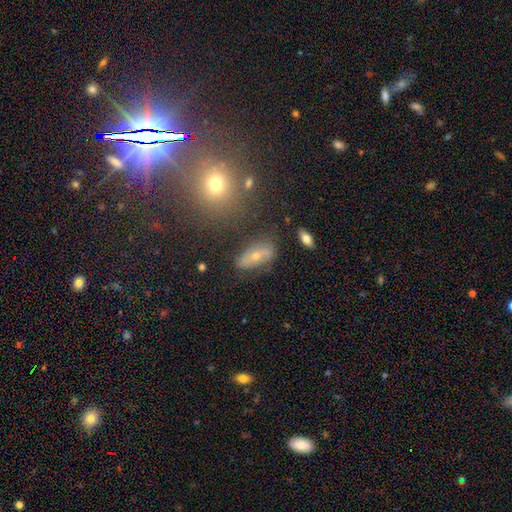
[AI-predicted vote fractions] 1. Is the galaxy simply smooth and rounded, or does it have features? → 41% smooth, 40% featured or disk, 20% star or artifact.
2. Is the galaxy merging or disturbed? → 72% none, 17% minor disturbance, 6% major disturbance, 4% merger.